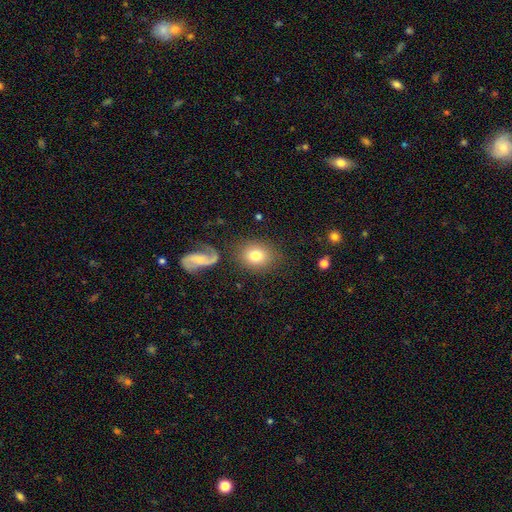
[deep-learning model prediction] A smooth galaxy with no disk features (76%) that is round (59%). Merging: none (78%).